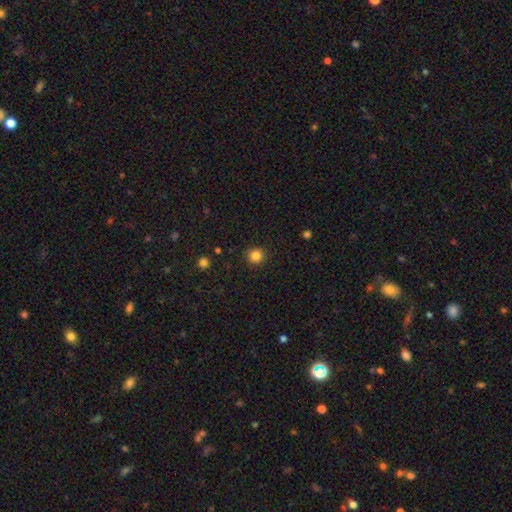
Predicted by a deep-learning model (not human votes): This is clearly a smooth galaxy (84%). How rounded: clearly round (93%). Merging: clearly none (91%).